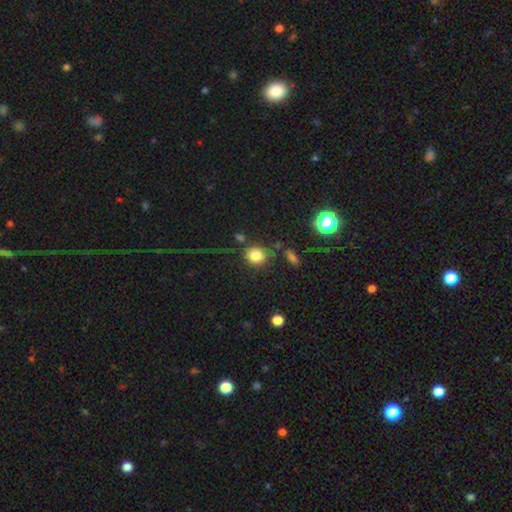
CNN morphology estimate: This appears to be a smooth galaxy with no disk features (81%) that is round (80%). Merging: none (72%).